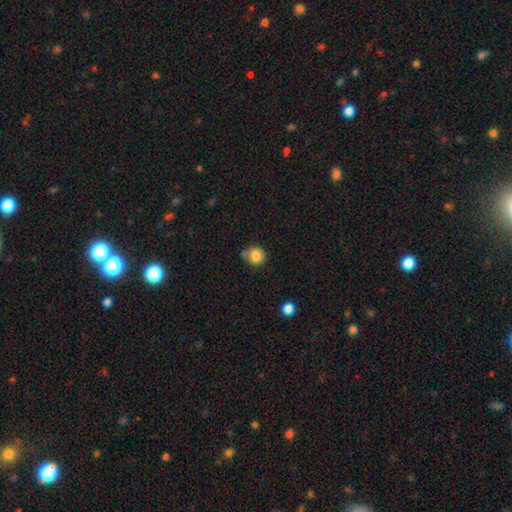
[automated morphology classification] Smooth or featured? Predicted: smooth (p=0.83). How rounded? Predicted: round (p=0.87). Merging? Predicted: none (p=0.65).